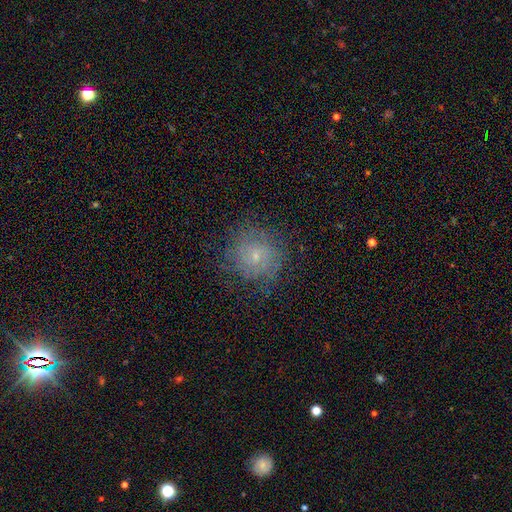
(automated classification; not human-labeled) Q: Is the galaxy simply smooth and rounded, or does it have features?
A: featured or disk — 50%.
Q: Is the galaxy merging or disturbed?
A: none — 75%.